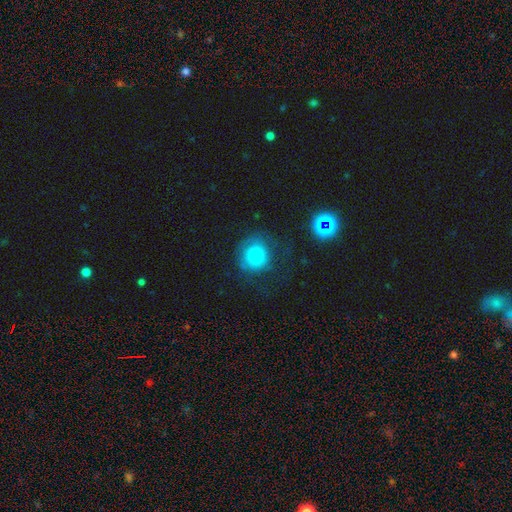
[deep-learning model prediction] This is likely a smooth galaxy (62%). How rounded: clearly round (83%). Merging: possibly none (52%).